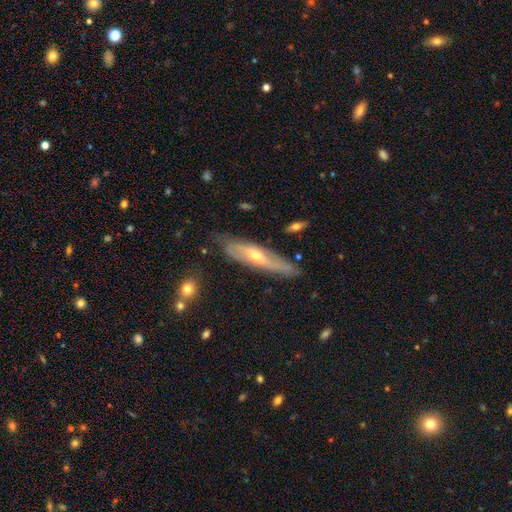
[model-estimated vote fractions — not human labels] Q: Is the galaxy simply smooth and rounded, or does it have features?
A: featured or disk — 64%.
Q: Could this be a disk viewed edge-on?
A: yes — 68%.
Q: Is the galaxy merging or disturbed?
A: none — 77%.